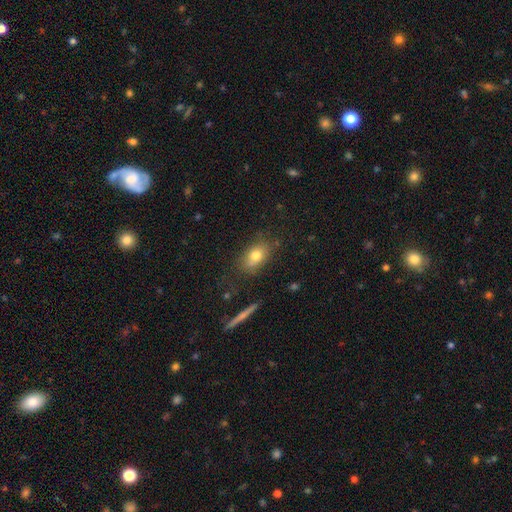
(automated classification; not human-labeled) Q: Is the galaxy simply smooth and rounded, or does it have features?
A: smooth — 76%.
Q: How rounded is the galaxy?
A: in between — 77%.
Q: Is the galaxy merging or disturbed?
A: none — 75%.